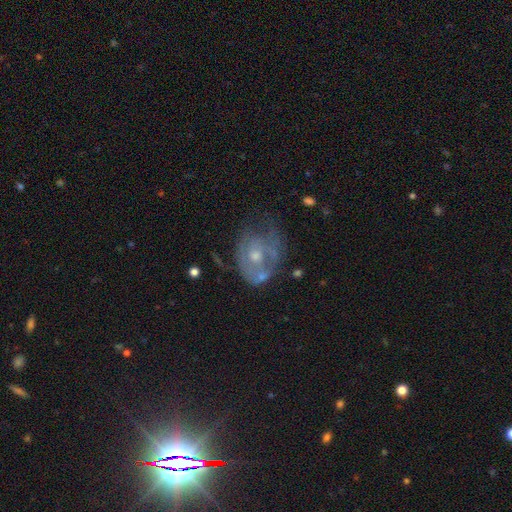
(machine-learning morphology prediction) This is likely a featured or disk galaxy (66%). It is clearly not viewed edge-on (97%). Bar: clearly no (81%). Spiral arm pattern: possibly yes (52%). Central bulge: possibly moderate (50%). Merging: marginally none (41%).